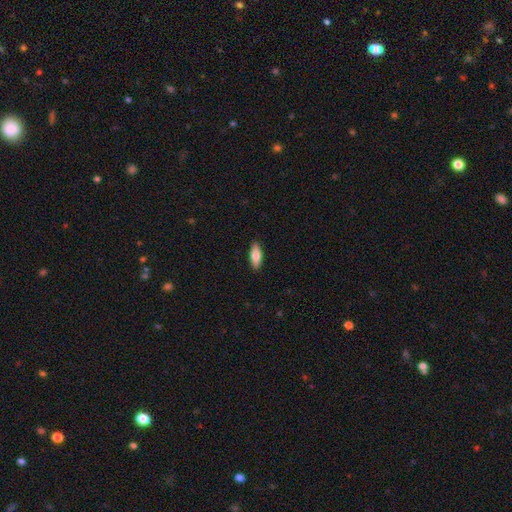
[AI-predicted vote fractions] Morphology: type=smooth (74%); roundness=in between (66%); merging=none (90%).